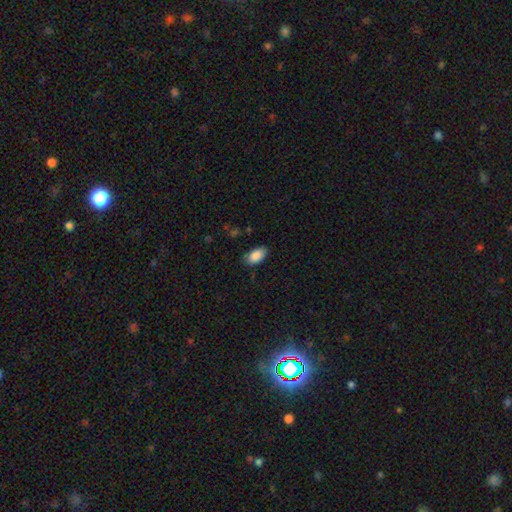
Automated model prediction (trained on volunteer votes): Smooth or featured? Predicted: smooth (p=0.88). How rounded? Predicted: in between (p=0.94). Merging? Predicted: none (p=0.81).